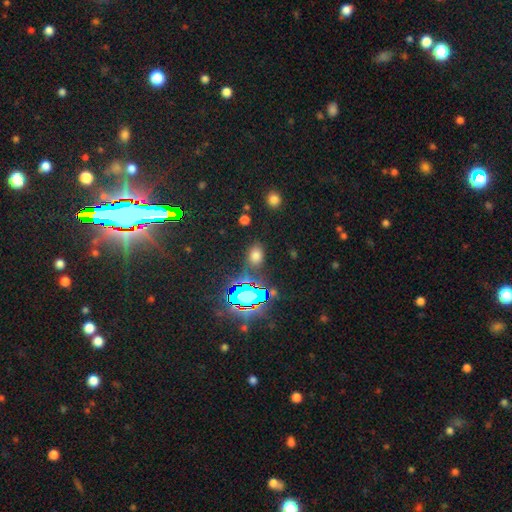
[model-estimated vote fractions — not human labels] A smooth galaxy with no disk features (62%) that is in between round and cigar-shaped (72%). Merging: none (81%).